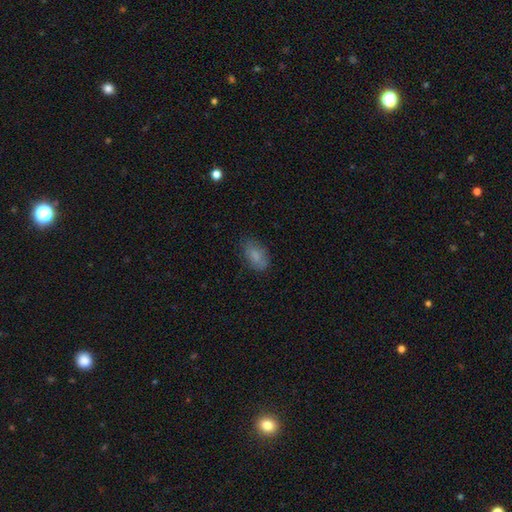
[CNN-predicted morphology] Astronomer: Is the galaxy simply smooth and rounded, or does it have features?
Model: smooth — 81%.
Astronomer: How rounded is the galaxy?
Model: in between — 91%.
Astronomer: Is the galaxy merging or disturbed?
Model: none — 75%.